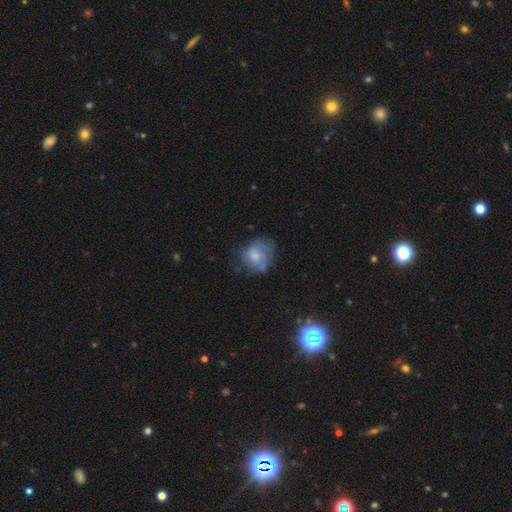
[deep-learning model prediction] smooth 57%, featured or disk 34%, star or artifact 9%. Down the decision tree: how rounded — round (69%); merging — none (52%).